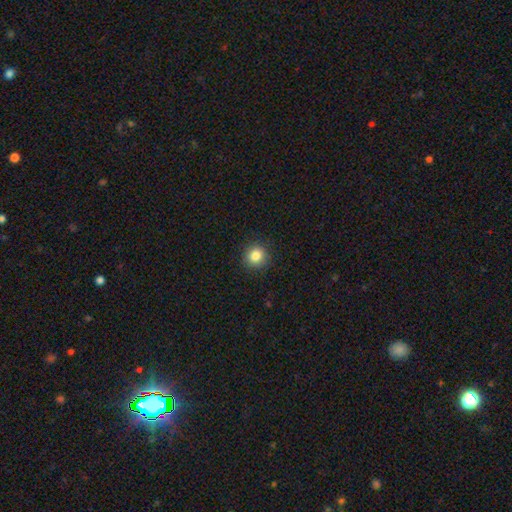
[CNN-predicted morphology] smooth_or_featured: smooth (p=0.84) [alt: star or artifact p=0.11]
how_rounded: round (p=0.90) [alt: in between p=0.09]
merging: none (p=0.91) [alt: minor disturbance p=0.06]